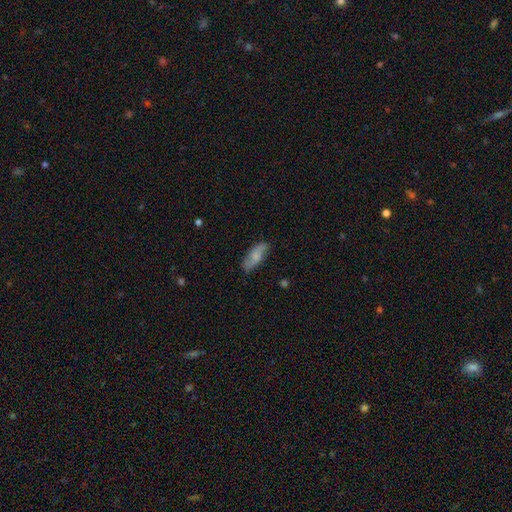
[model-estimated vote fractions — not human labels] This is likely a smooth galaxy (62%). How rounded: likely in between (67%). Merging: likely none (75%).